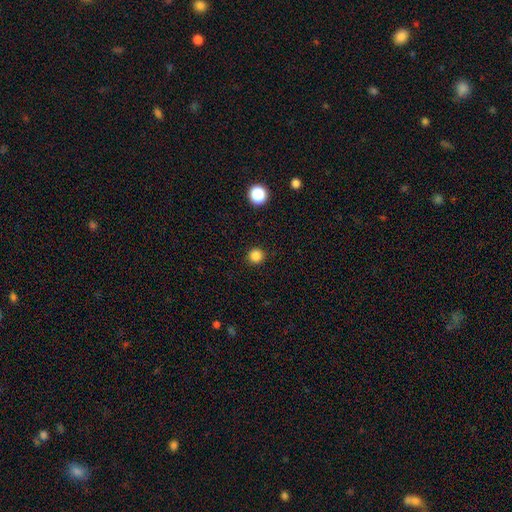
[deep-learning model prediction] Overall: smooth (84%). How rounded: round (95%). Merging: none (93%).